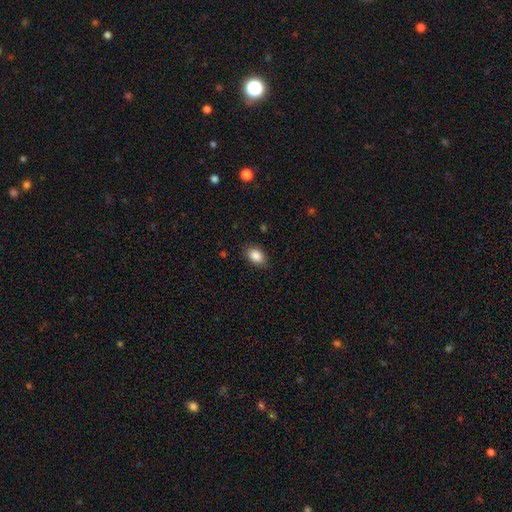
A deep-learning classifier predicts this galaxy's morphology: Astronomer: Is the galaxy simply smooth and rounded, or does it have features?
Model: smooth — 88%.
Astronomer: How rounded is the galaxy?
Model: in between — 83%.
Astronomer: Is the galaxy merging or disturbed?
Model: none — 84%.